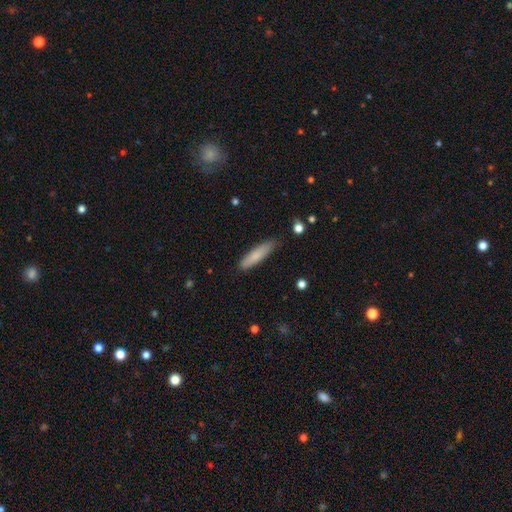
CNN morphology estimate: Smooth or featured: smooth — 80% (featured or disk — 14%)
How rounded: cigar-shaped — 78% (in between — 21%)
Merging: none — 84% (minor disturbance — 13%)